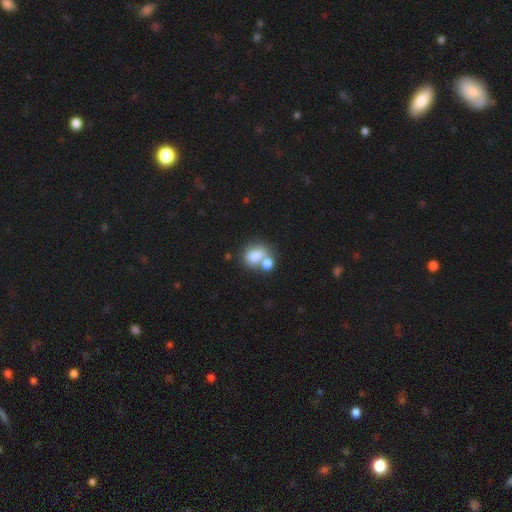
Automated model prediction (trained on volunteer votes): A smooth galaxy with no disk features (78%) that is in between round and cigar-shaped (63%).

Vote fractions:
- Smooth or featured? smooth: 78% / featured or disk: 11% / star or artifact: 10%
- How rounded? in between: 63% / round: 35% / cigar-shaped: 1%
- Merging? merger: 49% / none: 35% / minor disturbance: 10% / major disturbance: 6%